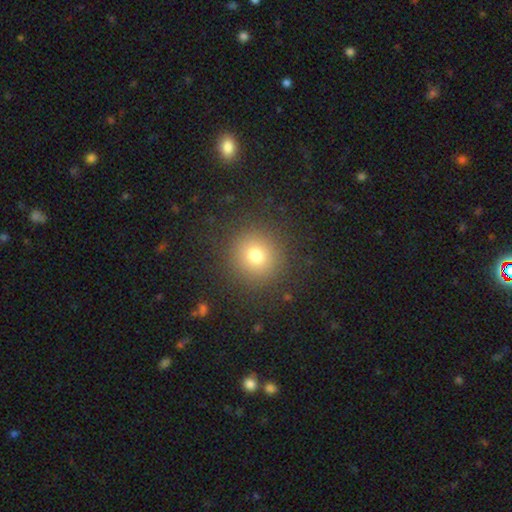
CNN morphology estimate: Q: Smooth or featured?
A: smooth (76%); runner-up: star or artifact (15%)
Q: How rounded?
A: round (93%); runner-up: in between (6%)
Q: Merging?
A: none (89%); runner-up: minor disturbance (6%)